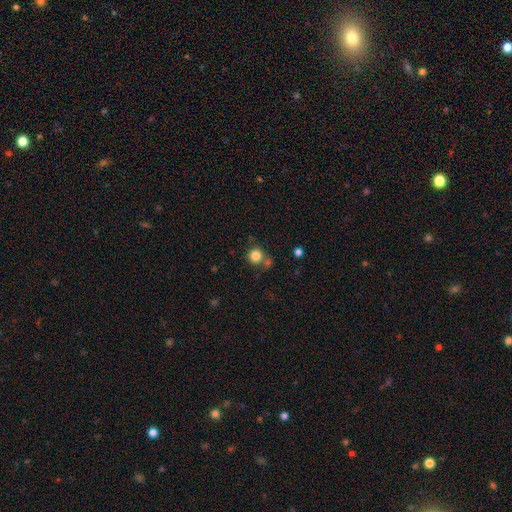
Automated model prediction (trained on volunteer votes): This is clearly a smooth galaxy (84%). How rounded: clearly round (92%). Merging: likely none (65%).